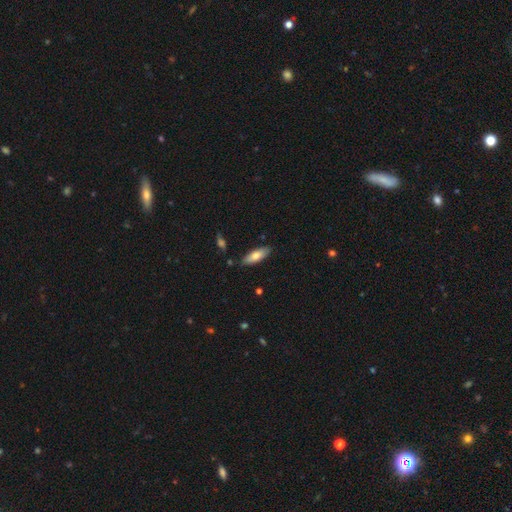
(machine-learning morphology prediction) Q: Smooth or featured?
A: smooth (73%); runner-up: featured or disk (21%)
Q: How rounded?
A: in between (61%); runner-up: cigar-shaped (37%)
Q: Merging?
A: none (85%); runner-up: minor disturbance (11%)